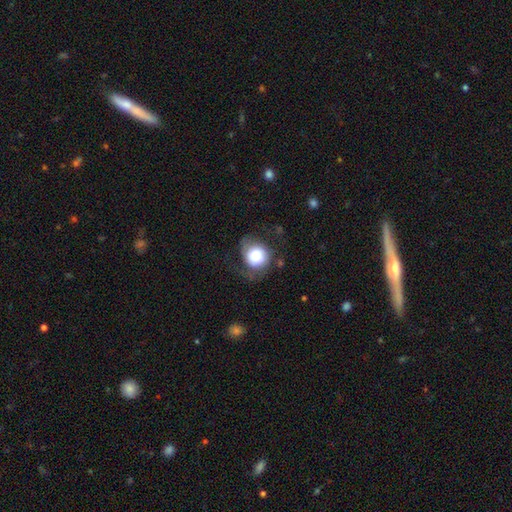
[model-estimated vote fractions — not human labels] This appears to be a smooth galaxy with no disk features (71%) that is round (79%). Merging: none (49%).